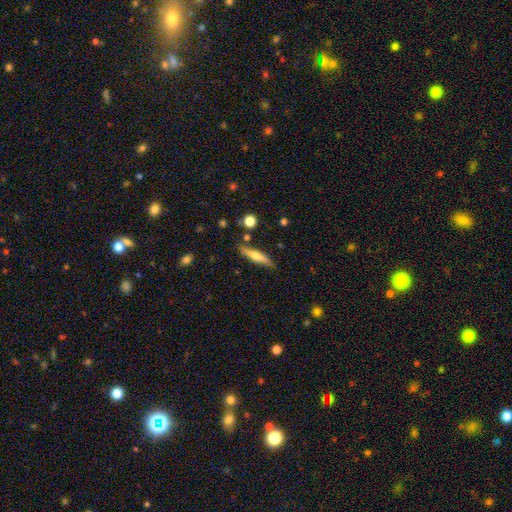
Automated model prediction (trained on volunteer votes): smooth-or-featured: smooth: 58% | featured or disk: 35% | star or artifact: 7%
  how-rounded: cigar-shaped: 85% | in between: 13% | round: 2%
  merging: none: 82% | minor disturbance: 12% | merger: 4% | major disturbance: 3%